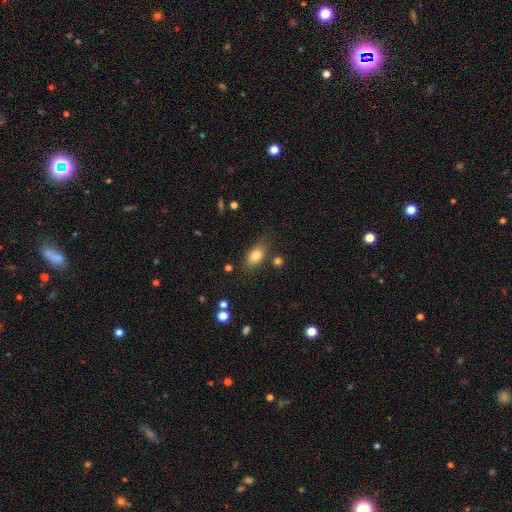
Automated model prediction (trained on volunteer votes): smooth 80%, featured or disk 12%, star or artifact 9%. Down the decision tree: how rounded — in between (84%); merging — none (77%).